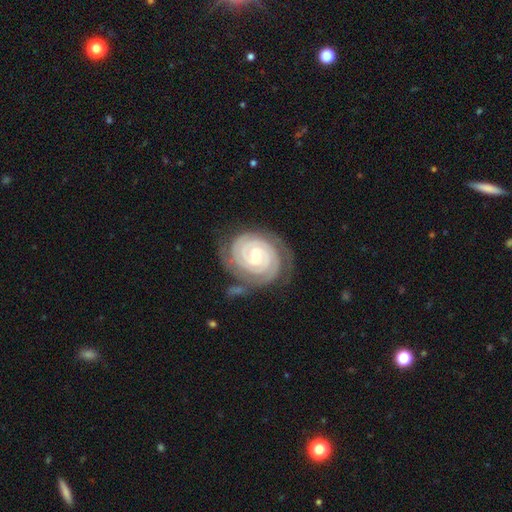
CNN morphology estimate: A featured or disk galaxy (91%) with no bar (53%), 2 (57%) tight (89%) spiral arms (99%) and a small central bulge (63%).

Vote fractions:
- Smooth or featured? featured or disk: 91% / smooth: 5% / star or artifact: 4%
- Edge-on disk? no: 98% / yes: 2%
- Bar? no: 53% / weak: 34% / strong: 13%
- Spiral arms? yes: 99% / no: 1%
- Spiral winding? tight: 89% / medium: 10% / loose: 2%
- Spiral arm count? 2: 57% / 3: 16% / can't tell: 12% / 4: 7% / more than 4: 4% / 1: 4%
- Bulge size? small: 63% / moderate: 33% / large: 2% / none: 2% / dominant: 1%
- Merging? none: 75% / minor disturbance: 16% / major disturbance: 6% / merger: 3%